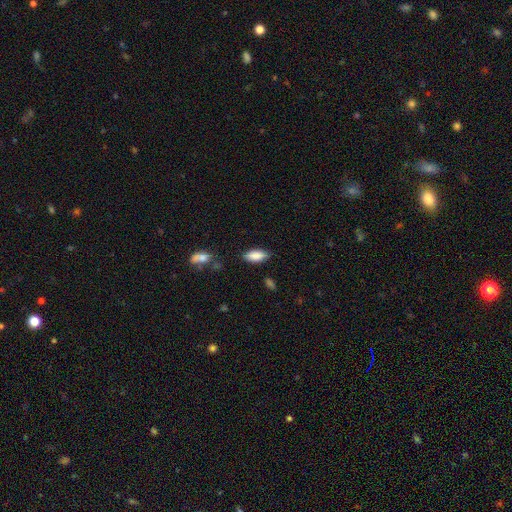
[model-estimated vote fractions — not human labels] Q: Smooth or featured?
A: smooth (87%); runner-up: star or artifact (6%)
Q: How rounded?
A: in between (85%); runner-up: cigar-shaped (13%)
Q: Merging?
A: none (82%); runner-up: minor disturbance (13%)